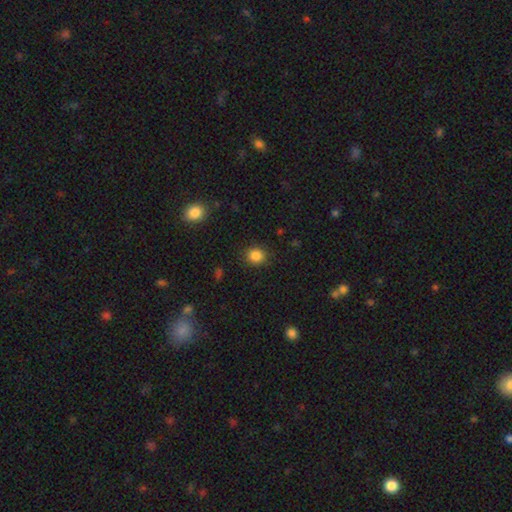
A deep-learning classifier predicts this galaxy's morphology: Smooth or featured?
  - smooth: 85% *
  - star or artifact: 11%
  - featured or disk: 4%
How rounded?
  - round: 82% *
  - in between: 17%
  - cigar-shaped: 1%
Merging?
  - none: 88% *
  - minor disturbance: 8%
  - major disturbance: 3%
  - merger: 1%